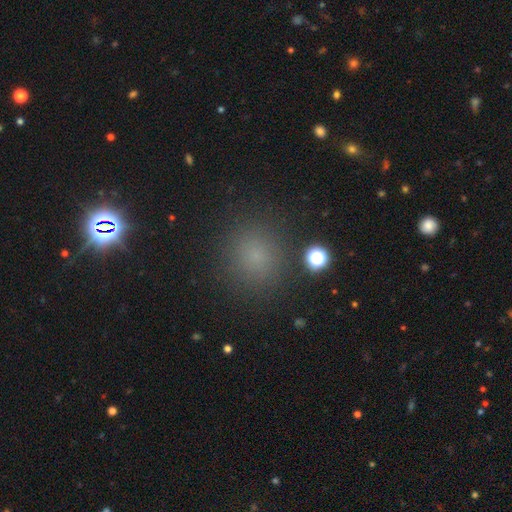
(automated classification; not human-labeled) Smooth or featured? smooth (70%)
How rounded? round (88%)
Merging? none (88%)